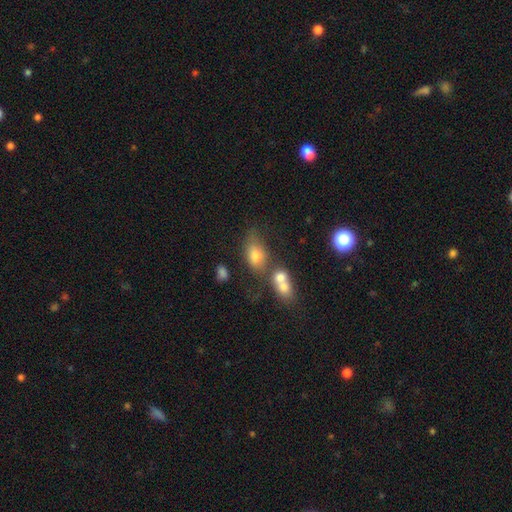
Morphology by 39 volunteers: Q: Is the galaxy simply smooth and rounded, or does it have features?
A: smooth — 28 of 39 (72%).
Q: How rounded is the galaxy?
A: in between — 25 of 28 (89%).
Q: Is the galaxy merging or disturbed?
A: none — 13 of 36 (36%).